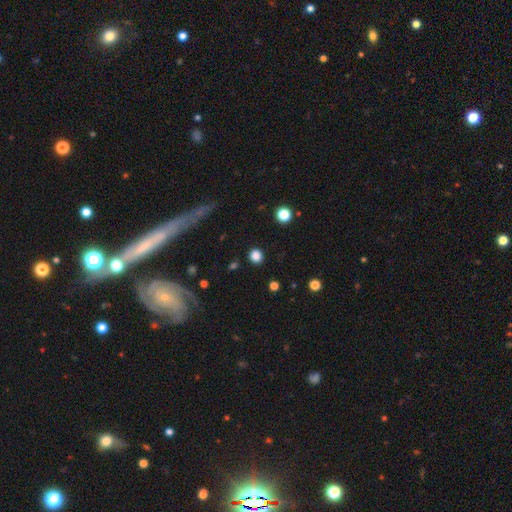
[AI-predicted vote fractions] smooth 82%, star or artifact 14%, featured or disk 4%. Down the decision tree: how rounded — round (89%); merging — none (90%).